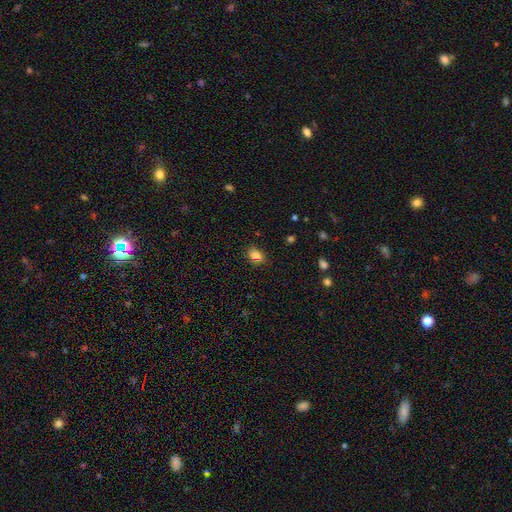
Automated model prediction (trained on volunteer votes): Morphology: type=smooth (81%); roundness=in between (70%); merging=none (78%).